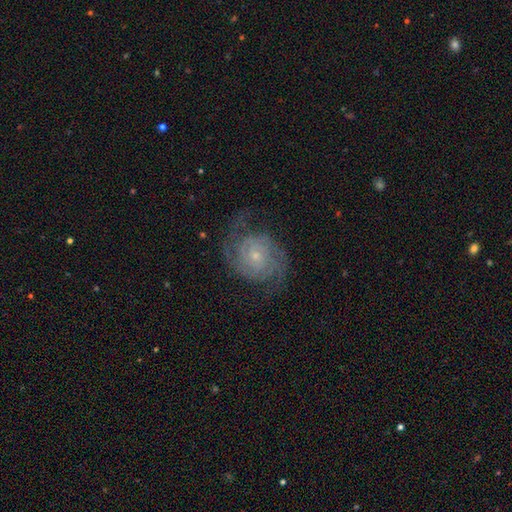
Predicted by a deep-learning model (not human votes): Smooth or featured? Predicted: featured or disk (p=0.87). Edge-on disk? Predicted: no (p=0.98). Bar? Predicted: no (p=0.71). Spiral arms? Predicted: yes (p=0.97). Spiral winding? Predicted: tight (p=0.51). Spiral arm count? Predicted: 2 (p=0.76). Bulge size? Predicted: small (p=0.74). Merging? Predicted: none (p=0.73).